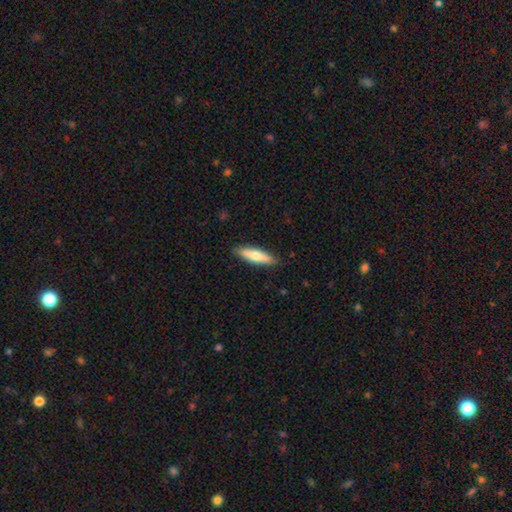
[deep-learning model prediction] Overall: smooth (63%; featured or disk 32%). How rounded: cigar-shaped (69%). Merging: none (88%).